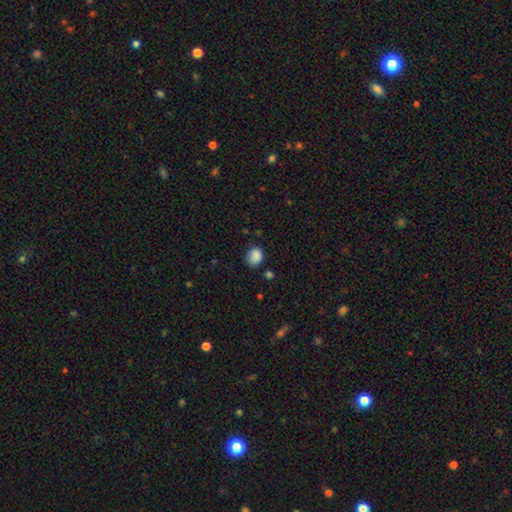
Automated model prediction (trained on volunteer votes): This appears to be a smooth galaxy with no disk features (87%) that is round (51%). Merging: none (73%).